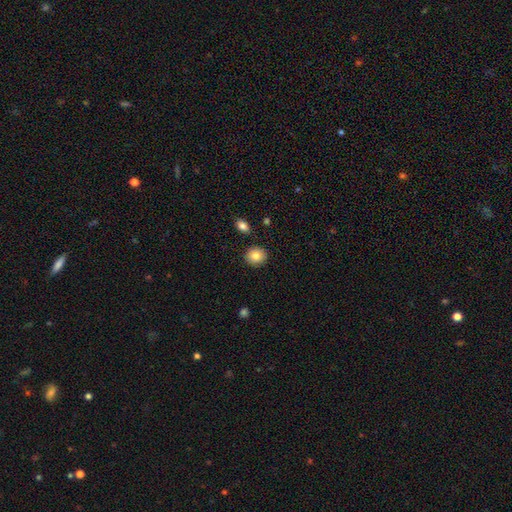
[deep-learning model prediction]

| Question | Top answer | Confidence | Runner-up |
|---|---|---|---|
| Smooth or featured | smooth | 83% | featured or disk (9%) |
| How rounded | round | 86% | in between (13%) |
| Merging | none | 90% | minor disturbance (6%) |